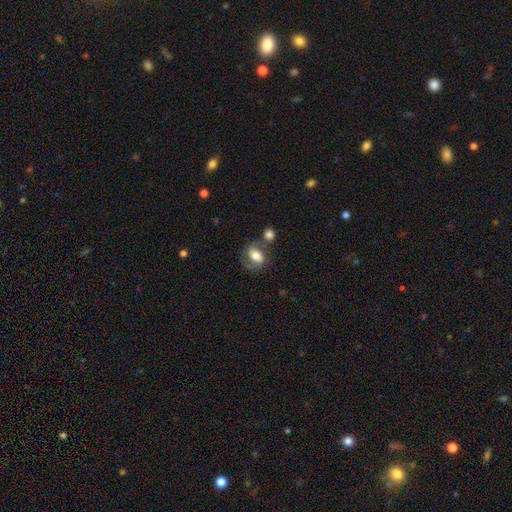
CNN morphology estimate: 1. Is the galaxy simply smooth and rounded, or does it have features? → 64% smooth, 28% featured or disk, 8% star or artifact.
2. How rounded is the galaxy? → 68% in between, 30% round, 2% cigar-shaped.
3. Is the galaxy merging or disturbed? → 48% none, 23% merger, 19% minor disturbance, 11% major disturbance.